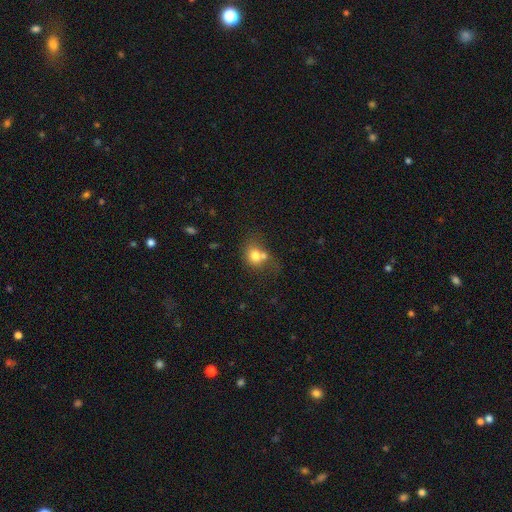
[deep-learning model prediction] This appears to be a smooth galaxy with no disk features (74%) that is round (62%). Merging: merger (49%).